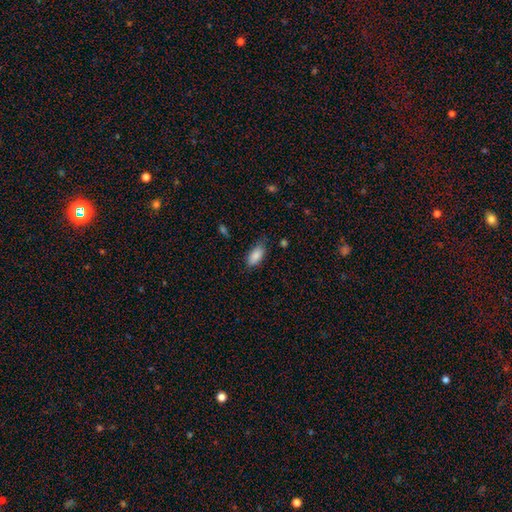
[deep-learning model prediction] The model was most divided on "merging": none: 69%, minor disturbance: 25%, major disturbance: 5%, merger: 2%. More confident: how rounded — in between (90%); smooth or featured — smooth (86%).